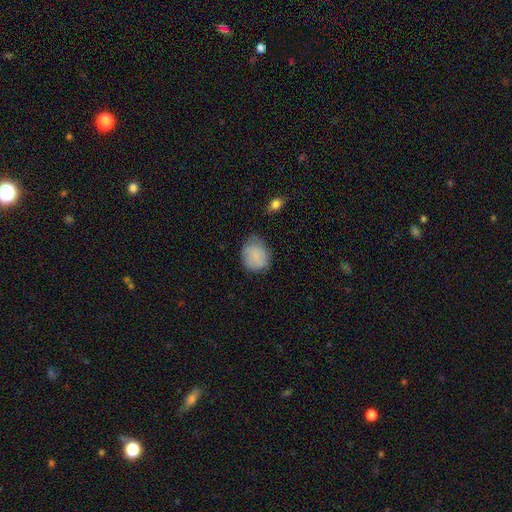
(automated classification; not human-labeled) smooth-or-featured: smooth: 81% | featured or disk: 12% | star or artifact: 7%
  how-rounded: round: 55% | in between: 44% | cigar-shaped: 1%
  merging: none: 63% | minor disturbance: 29% | major disturbance: 6% | merger: 2%